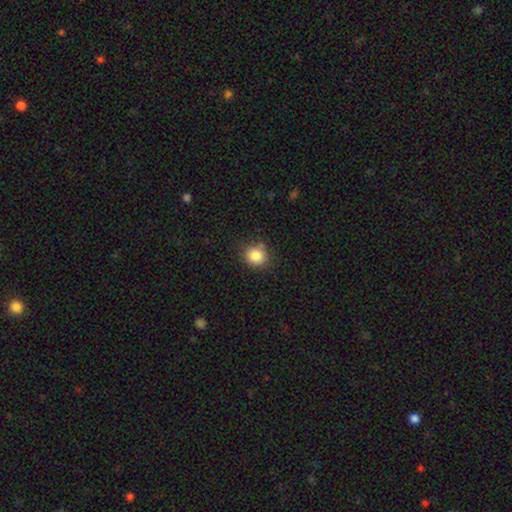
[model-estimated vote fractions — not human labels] smooth-or-featured: smooth: 84% | star or artifact: 11% | featured or disk: 5%
  how-rounded: round: 85% | in between: 14% | cigar-shaped: 1%
  merging: none: 79% | minor disturbance: 15% | major disturbance: 3% | merger: 3%